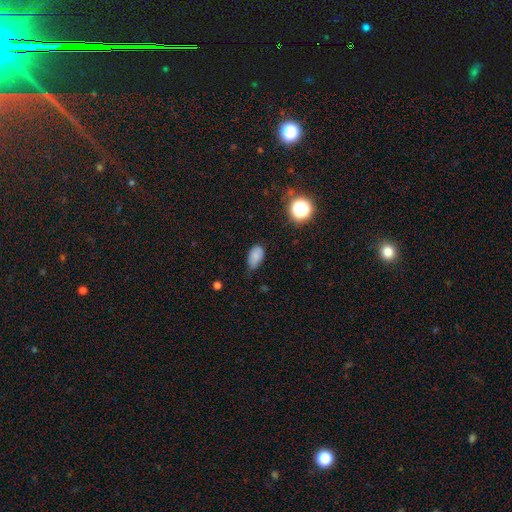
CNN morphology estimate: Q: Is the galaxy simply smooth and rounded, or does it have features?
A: smooth — 79%.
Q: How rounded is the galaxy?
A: in between — 90%.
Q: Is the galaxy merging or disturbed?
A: none — 53%.